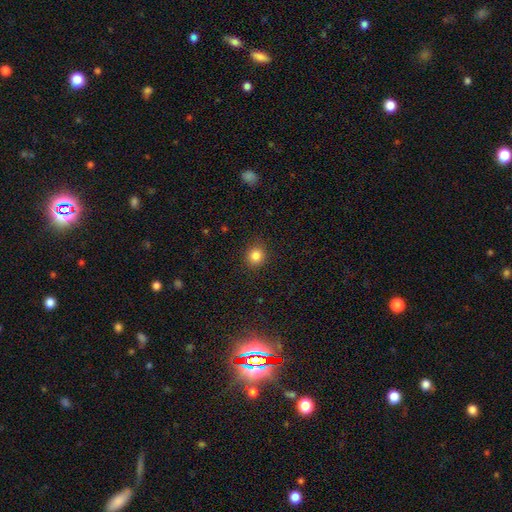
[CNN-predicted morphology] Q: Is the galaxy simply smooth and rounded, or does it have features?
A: smooth — 84%.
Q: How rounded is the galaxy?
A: round — 86%.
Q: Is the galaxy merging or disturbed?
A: none — 89%.